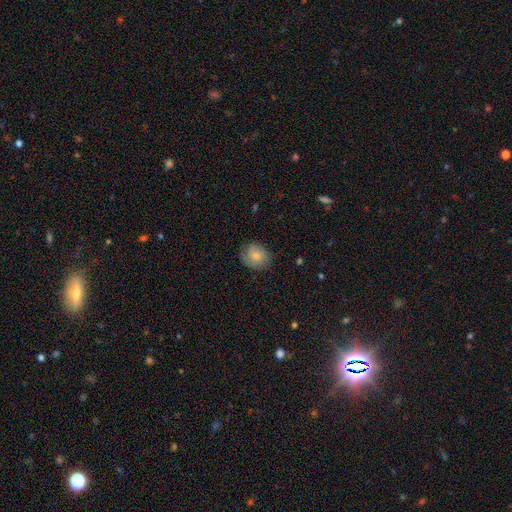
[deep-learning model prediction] smooth_or_featured: smooth (p=0.65) [alt: featured or disk p=0.27]
how_rounded: round (p=0.66) [alt: in between p=0.33]
merging: none (p=0.75) [alt: minor disturbance p=0.19]